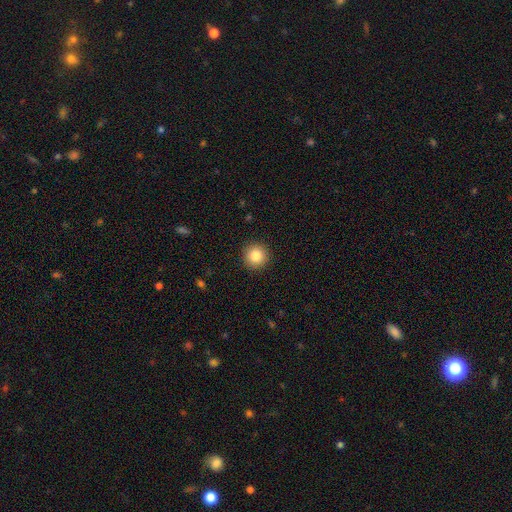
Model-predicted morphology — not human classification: Overall: smooth (84%). How rounded: round (95%). Merging: none (92%).